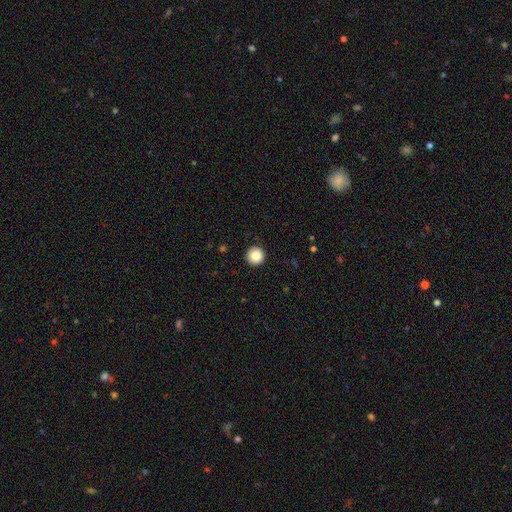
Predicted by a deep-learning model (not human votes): smooth_or_featured: smooth (p=0.87) [alt: star or artifact p=0.09]
how_rounded: round (p=0.96) [alt: in between p=0.03]
merging: none (p=0.92) [alt: minor disturbance p=0.06]